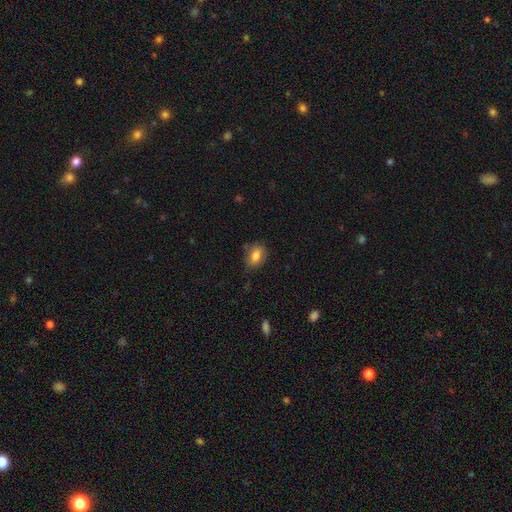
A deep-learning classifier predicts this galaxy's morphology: type=smooth (81%); roundness=in between (77%); merging=none (74%).